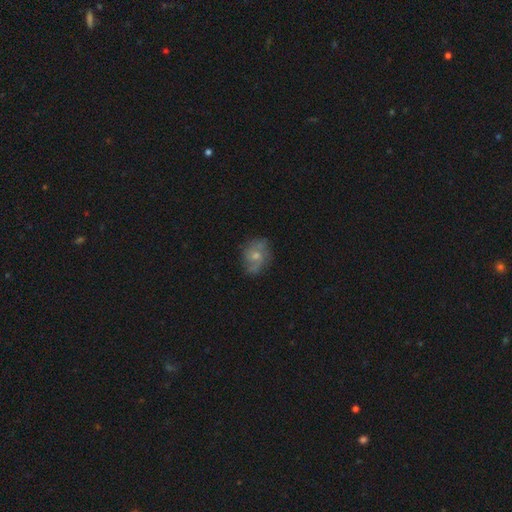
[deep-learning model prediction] Smooth or featured? Predicted: featured or disk (p=0.49). Merging? Predicted: none (p=0.64).